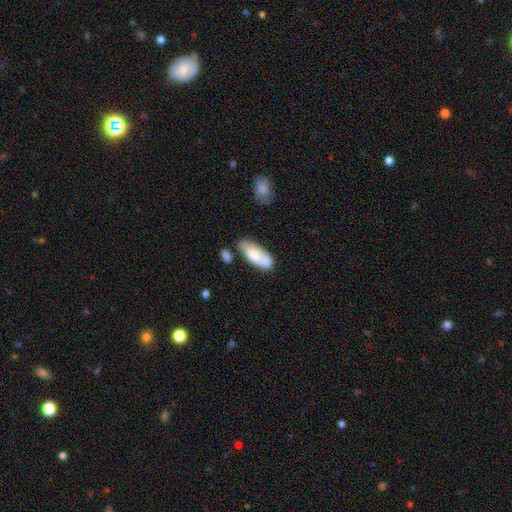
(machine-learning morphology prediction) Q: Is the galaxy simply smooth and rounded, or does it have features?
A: smooth — 69%.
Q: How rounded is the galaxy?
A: in between — 79%.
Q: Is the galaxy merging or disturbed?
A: none — 64%.